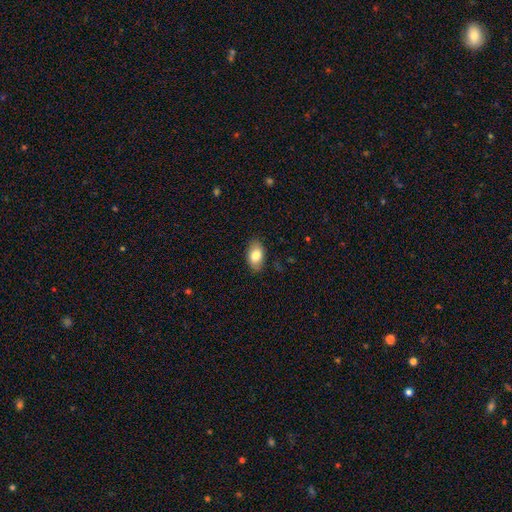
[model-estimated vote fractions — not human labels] Overall: smooth (80%). How rounded: in between (91%). Merging: none (86%).